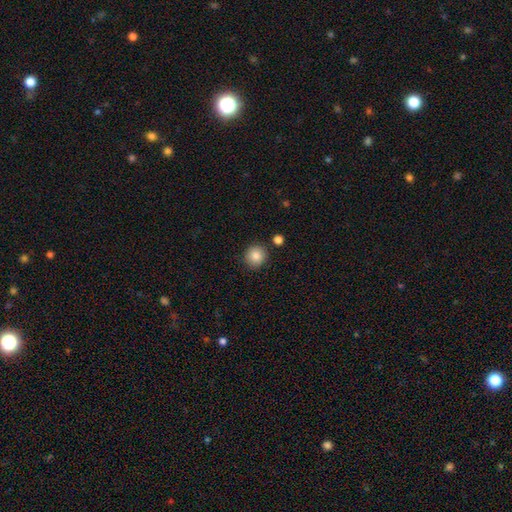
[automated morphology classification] Smooth or featured?
  - smooth: 85% *
  - star or artifact: 9%
  - featured or disk: 6%
How rounded?
  - round: 91% *
  - in between: 8%
  - cigar-shaped: 1%
Merging?
  - none: 87% *
  - minor disturbance: 8%
  - merger: 3%
  - major disturbance: 2%